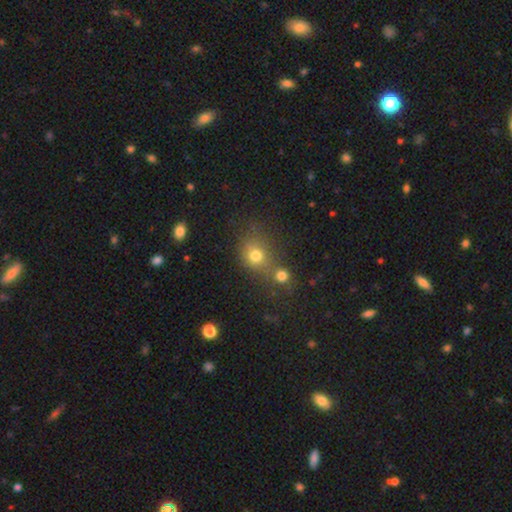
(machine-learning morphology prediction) Smooth or featured: smooth — 74% (star or artifact — 16%)
How rounded: round — 74% (in between — 25%)
Merging: none — 45% (merger — 38%)